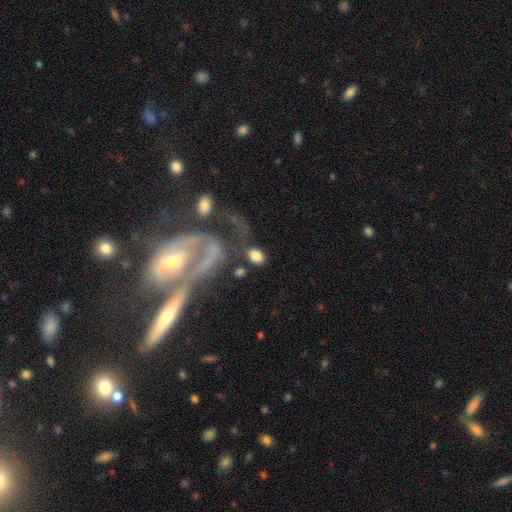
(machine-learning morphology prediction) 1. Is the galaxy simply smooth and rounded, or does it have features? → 79% smooth, 14% featured or disk, 7% star or artifact.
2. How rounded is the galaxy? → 72% in between, 26% round, 2% cigar-shaped.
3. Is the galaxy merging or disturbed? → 53% none, 16% minor disturbance, 15% merger, 15% major disturbance.